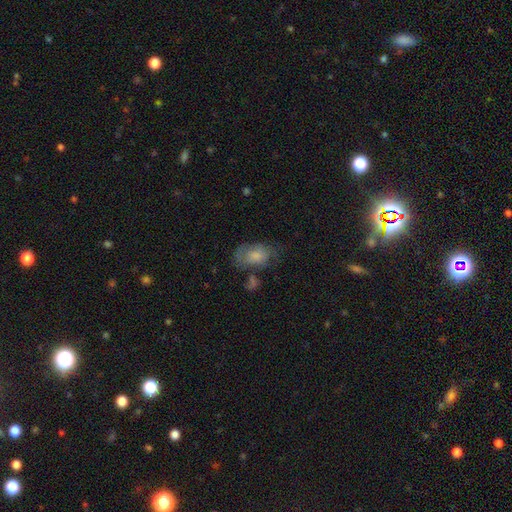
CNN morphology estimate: Smooth or featured?
  - smooth: 56% *
  - featured or disk: 35%
  - star or artifact: 9%
How rounded?
  - in between: 85% *
  - round: 13%
  - cigar-shaped: 2%
Merging?
  - none: 42% *
  - minor disturbance: 27%
  - major disturbance: 22%
  - merger: 9%